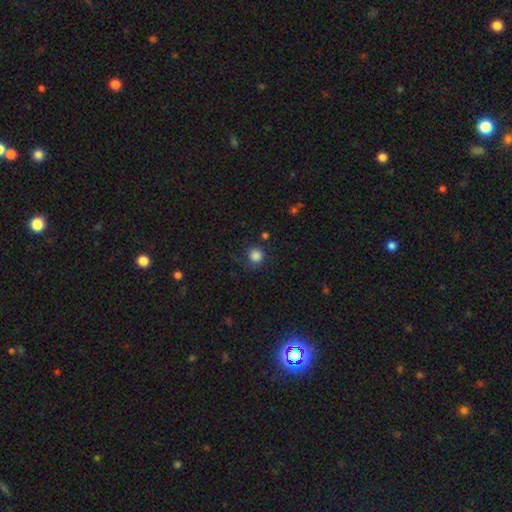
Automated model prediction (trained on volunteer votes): Smooth or featured?
  - smooth: 84% *
  - star or artifact: 10%
  - featured or disk: 6%
How rounded?
  - round: 92% *
  - in between: 7%
  - cigar-shaped: 1%
Merging?
  - none: 70% *
  - minor disturbance: 17%
  - major disturbance: 10%
  - merger: 3%